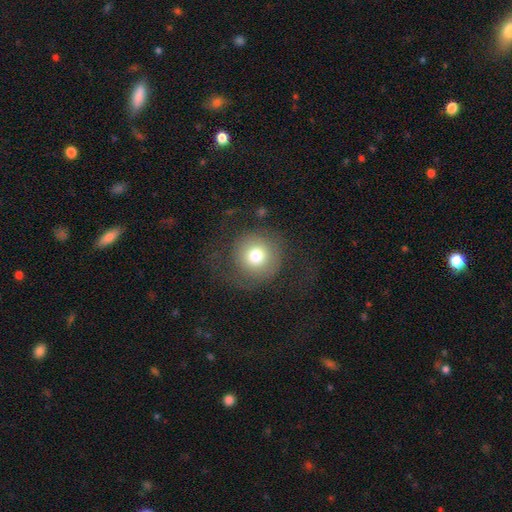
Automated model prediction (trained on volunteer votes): smooth-or-featured: smooth: 68% | featured or disk: 21% | star or artifact: 11%
  how-rounded: round: 94% | in between: 5% | cigar-shaped: 1%
  merging: none: 62% | major disturbance: 23% | minor disturbance: 14% | merger: 2%